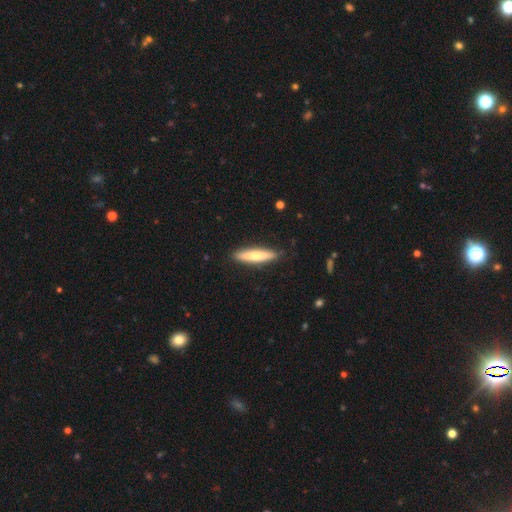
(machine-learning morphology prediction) This appears to be a smooth galaxy with no disk features (63%) that is cigar-shaped (83%). Merging: none (87%).